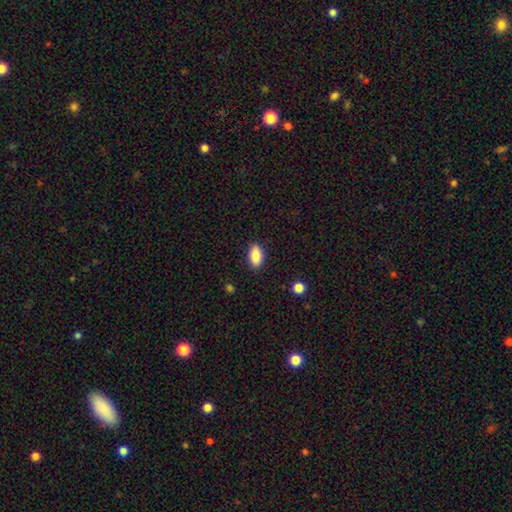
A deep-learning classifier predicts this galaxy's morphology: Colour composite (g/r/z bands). It shows a smooth galaxy with no disk features (85%) that is in between round and cigar-shaped (89%). Merging: none (88%).